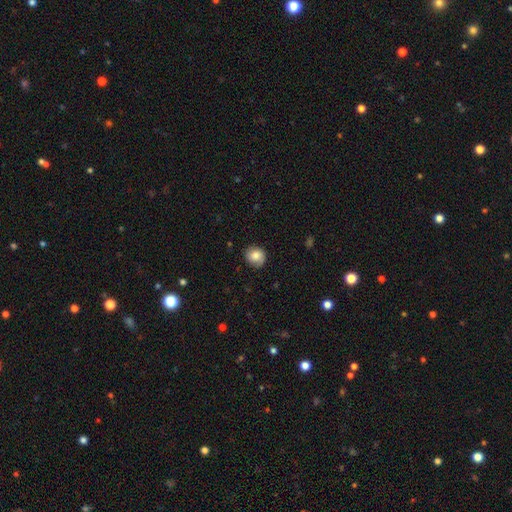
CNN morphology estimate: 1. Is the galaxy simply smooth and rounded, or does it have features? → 80% smooth, 12% featured or disk, 8% star or artifact.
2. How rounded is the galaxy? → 80% round, 19% in between, 1% cigar-shaped.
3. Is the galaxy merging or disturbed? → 81% none, 15% minor disturbance, 3% major disturbance, 1% merger.